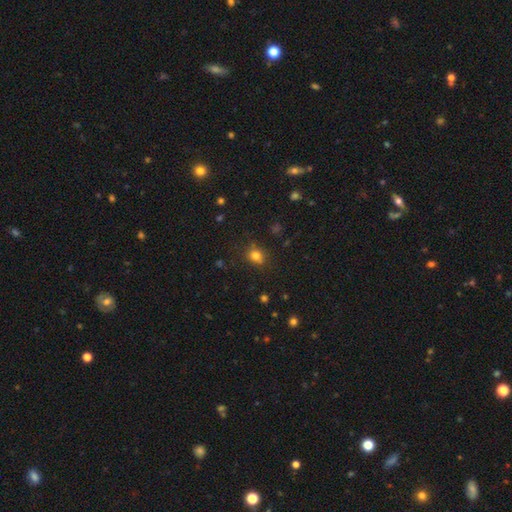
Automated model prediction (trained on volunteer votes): The model was most divided on "how rounded": round: 72%, in between: 27%, cigar-shaped: 1%. More confident: smooth or featured — smooth (77%); merging — none (75%).